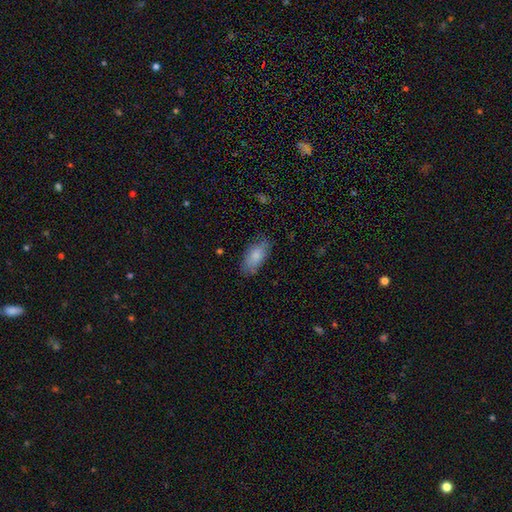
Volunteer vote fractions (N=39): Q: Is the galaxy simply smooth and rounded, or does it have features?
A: smooth — 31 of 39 (79%).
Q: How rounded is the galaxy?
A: in between — 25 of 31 (81%).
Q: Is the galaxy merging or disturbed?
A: none — 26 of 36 (72%).